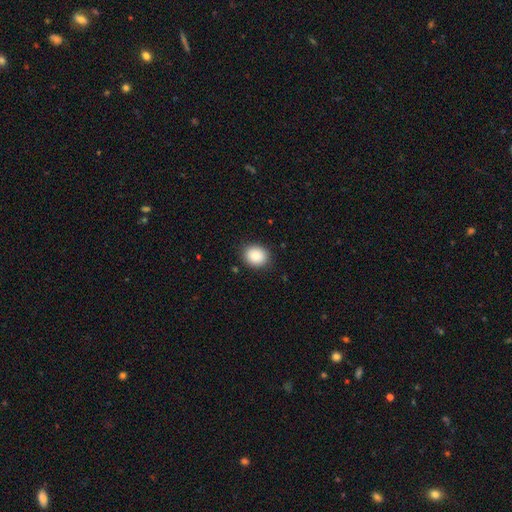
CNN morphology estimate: Smooth or featured?
  - smooth: 89% *
  - star or artifact: 8%
  - featured or disk: 3%
How rounded?
  - round: 61% *
  - in between: 38%
  - cigar-shaped: 1%
Merging?
  - none: 88% *
  - minor disturbance: 9%
  - major disturbance: 2%
  - merger: 1%